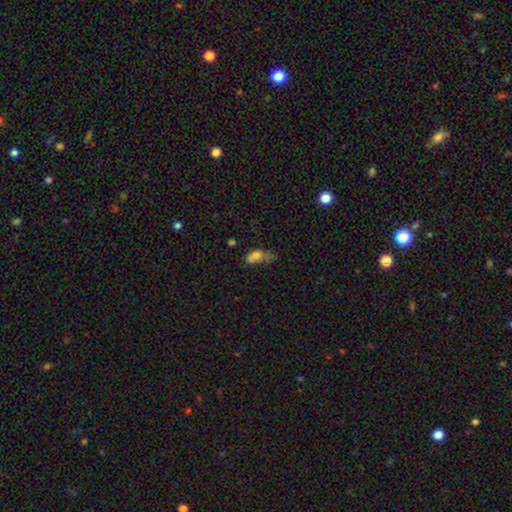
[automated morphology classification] The model was most divided on "merging": major disturbance: 38%, minor disturbance: 30%, none: 21%, merger: 12%. More confident: how rounded — in between (82%); smooth or featured — smooth (70%).